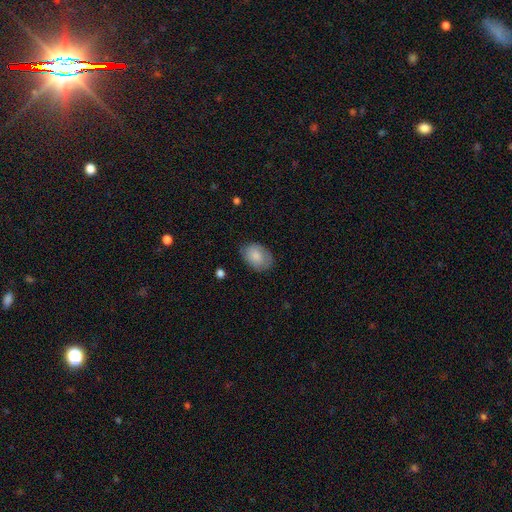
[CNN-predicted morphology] Smooth or featured? Predicted: smooth (p=0.80). How rounded? Predicted: in between (p=0.79). Merging? Predicted: none (p=0.71).